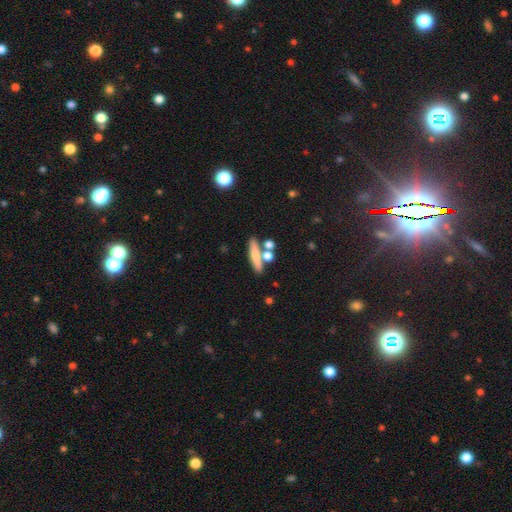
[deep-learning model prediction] Smooth or featured? smooth (61%)
How rounded? cigar-shaped (69%)
Merging? none (63%)